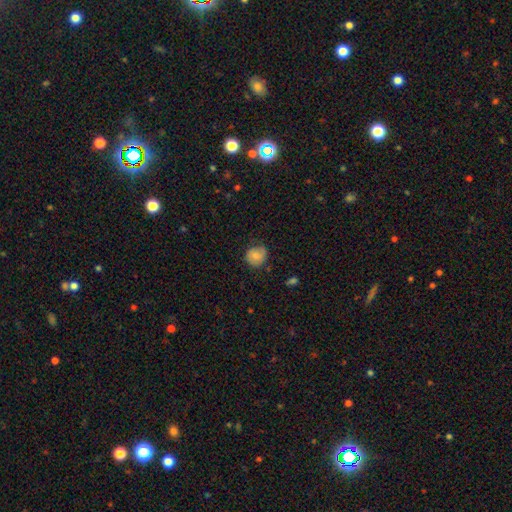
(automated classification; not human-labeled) Q: Smooth or featured?
A: smooth (79%); runner-up: featured or disk (13%)
Q: How rounded?
A: round (79%); runner-up: in between (20%)
Q: Merging?
A: none (68%); runner-up: minor disturbance (25%)